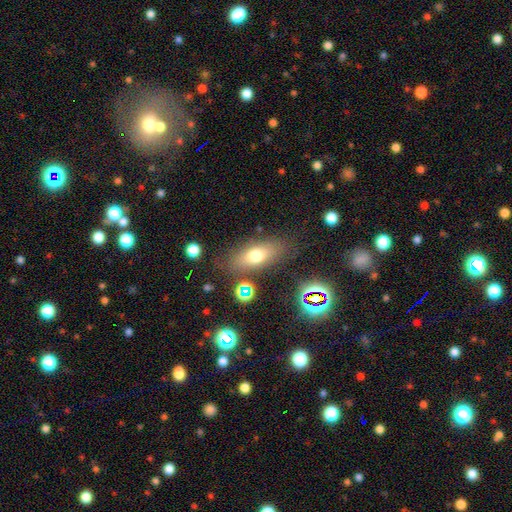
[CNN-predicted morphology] A smooth galaxy with no disk features (68%) that is in between round and cigar-shaped (77%).

Vote fractions:
- Smooth or featured? smooth: 68% / featured or disk: 19% / star or artifact: 13%
- How rounded? in between: 77% / cigar-shaped: 15% / round: 8%
- Merging? none: 78% / minor disturbance: 13% / major disturbance: 5% / merger: 4%